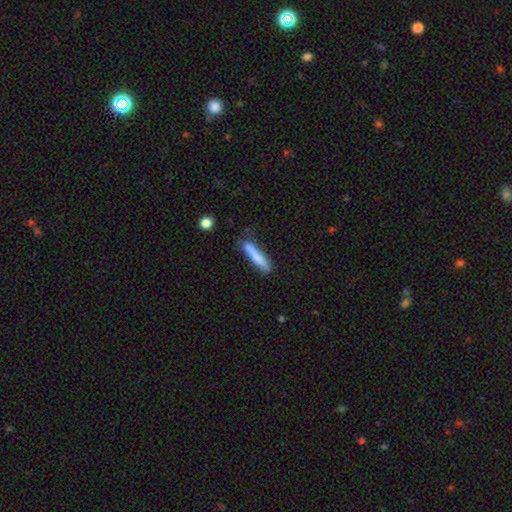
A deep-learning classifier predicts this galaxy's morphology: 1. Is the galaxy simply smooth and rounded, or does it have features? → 79% smooth, 15% featured or disk, 6% star or artifact.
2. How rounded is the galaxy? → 89% cigar-shaped, 9% in between, 1% round.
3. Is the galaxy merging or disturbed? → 69% none, 22% minor disturbance, 6% major disturbance, 4% merger.